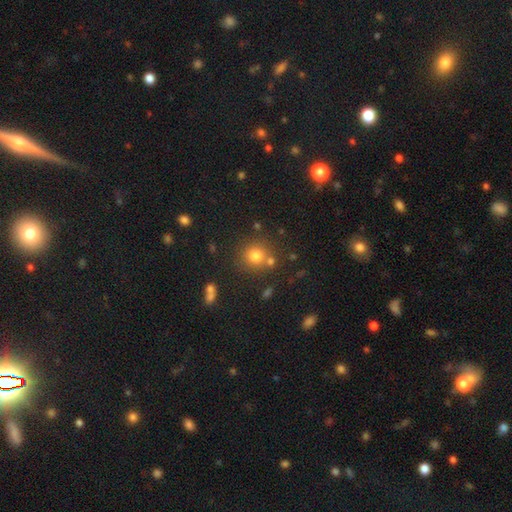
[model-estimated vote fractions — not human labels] Morphology: type=smooth (77%); roundness=round (90%); merging=none (73%).